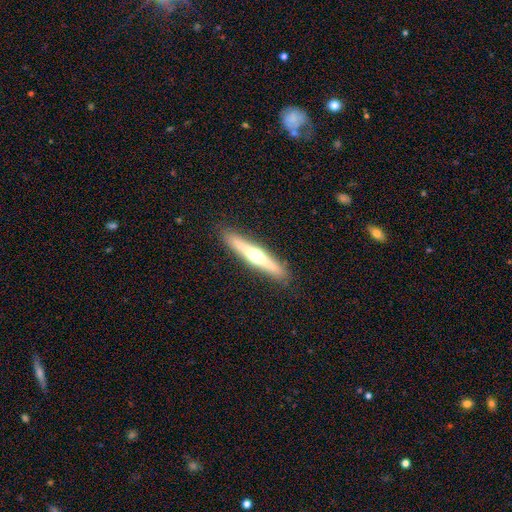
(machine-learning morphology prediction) This is likely a featured or disk galaxy (68%). It is clearly viewed edge-on (97%). Edge-on bulge: clearly rounded (94%). Merging: clearly none (90%).